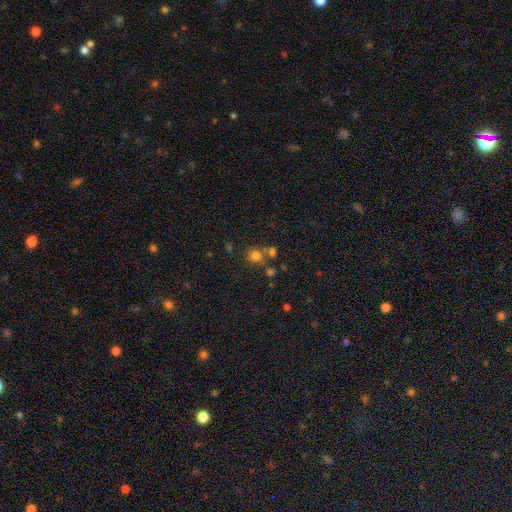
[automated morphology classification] This is likely a smooth galaxy (72%). How rounded: clearly round (85%). Merging: likely none (61%).